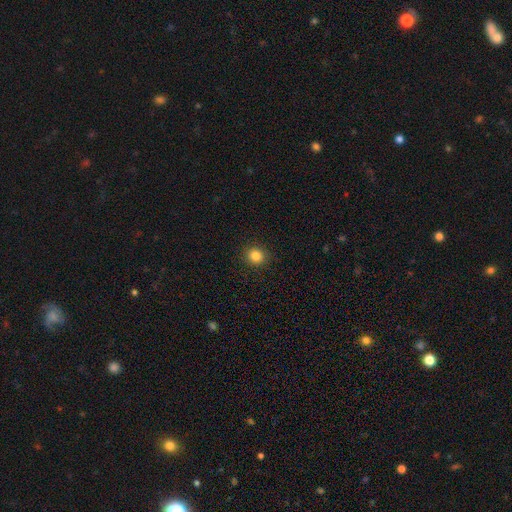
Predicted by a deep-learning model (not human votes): Overall: smooth (85%). How rounded: round (85%). Merging: none (91%).